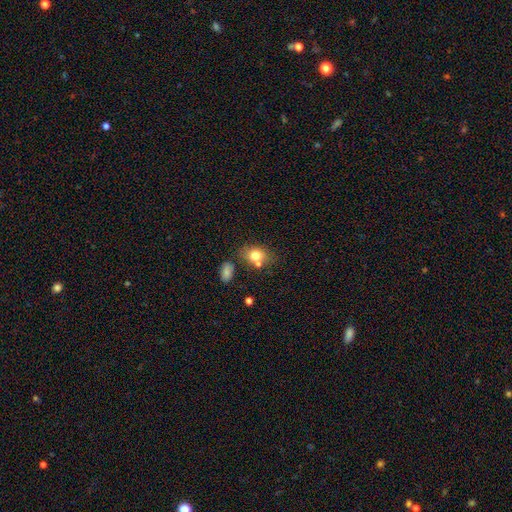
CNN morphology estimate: This appears to be a smooth galaxy with no disk features (76%) that is in between round and cigar-shaped (60%). Merging: none (58%).